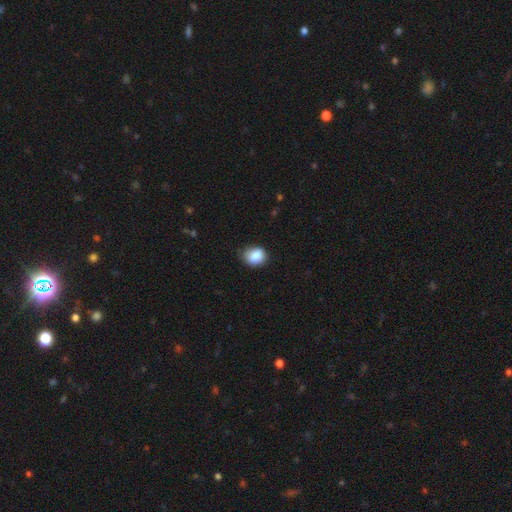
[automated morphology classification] This is clearly a smooth galaxy (87%). How rounded: possibly round (51%). Merging: likely none (70%).